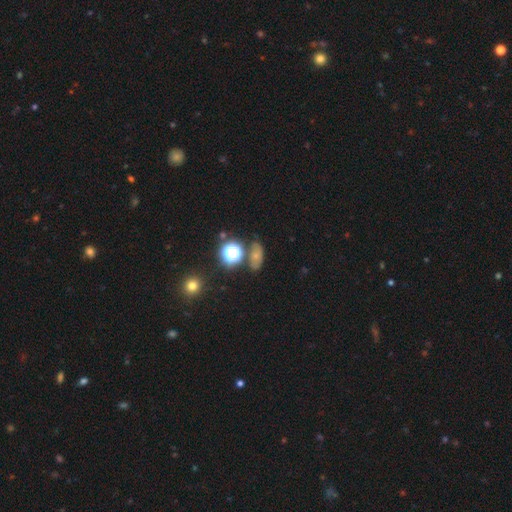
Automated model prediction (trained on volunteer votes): This appears to be a smooth galaxy with no disk features (53%) that is in between round and cigar-shaped (68%). Merging: none (71%).